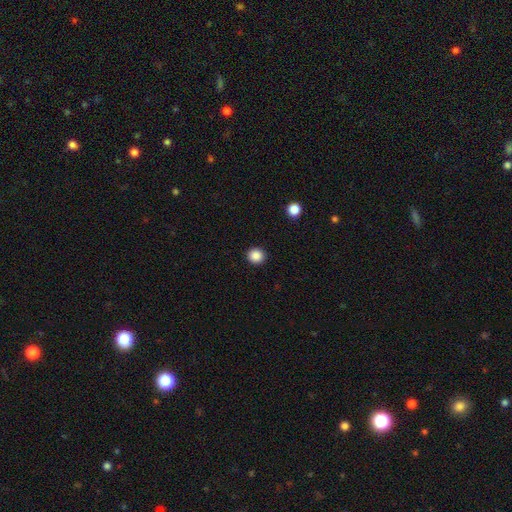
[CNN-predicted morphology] smooth 88%, star or artifact 10%, featured or disk 3%. Down the decision tree: how rounded — round (89%); merging — none (93%).